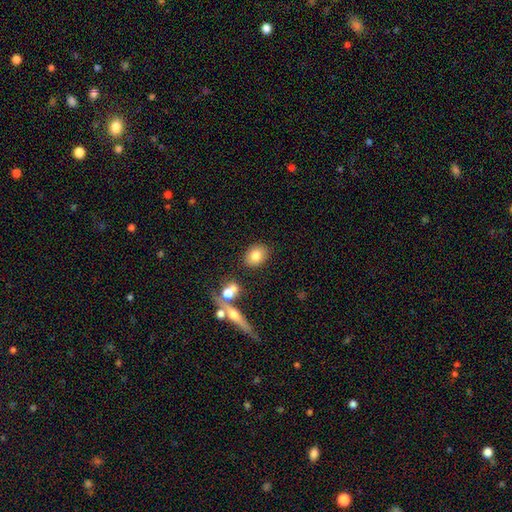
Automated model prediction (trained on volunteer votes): Smooth or featured?
  - smooth: 78% *
  - featured or disk: 12%
  - star or artifact: 9%
How rounded?
  - in between: 62% *
  - round: 36%
  - cigar-shaped: 2%
Merging?
  - none: 83% *
  - minor disturbance: 9%
  - merger: 5%
  - major disturbance: 3%